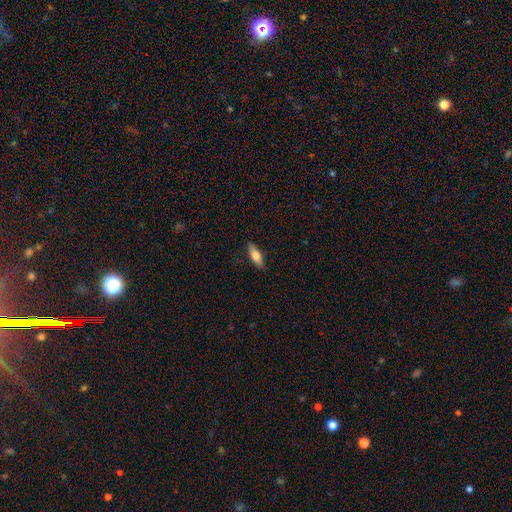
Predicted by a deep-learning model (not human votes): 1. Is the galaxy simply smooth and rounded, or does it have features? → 67% smooth, 27% featured or disk, 6% star or artifact.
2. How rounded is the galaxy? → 61% in between, 36% cigar-shaped, 3% round.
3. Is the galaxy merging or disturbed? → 87% none, 10% minor disturbance, 2% major disturbance, 1% merger.